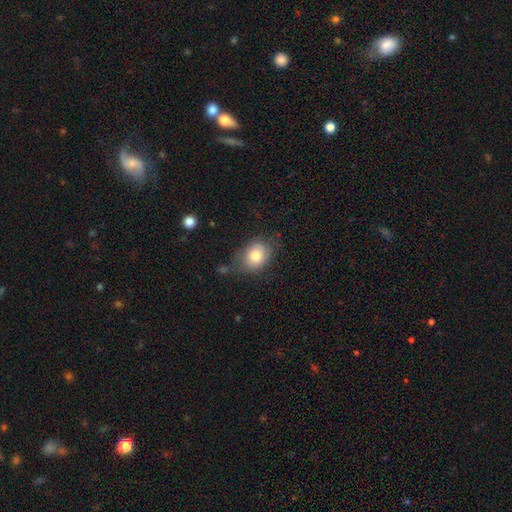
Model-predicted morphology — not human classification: This appears to be a smooth galaxy with no disk features (80%) that is in between round and cigar-shaped (57%). Merging: none (58%).